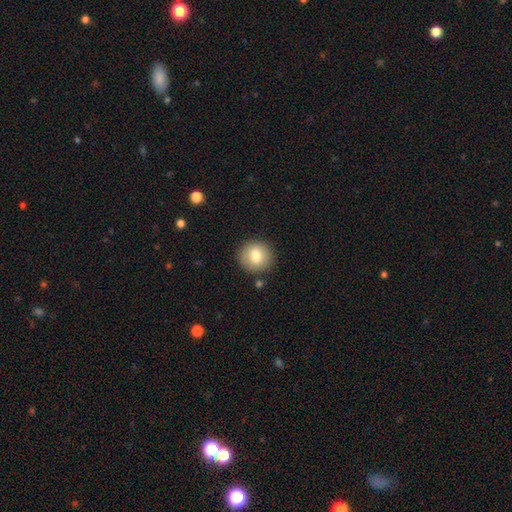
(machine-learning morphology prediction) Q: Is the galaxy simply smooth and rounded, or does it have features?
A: smooth — 78%.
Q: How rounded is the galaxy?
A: round — 91%.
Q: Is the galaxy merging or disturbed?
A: none — 87%.